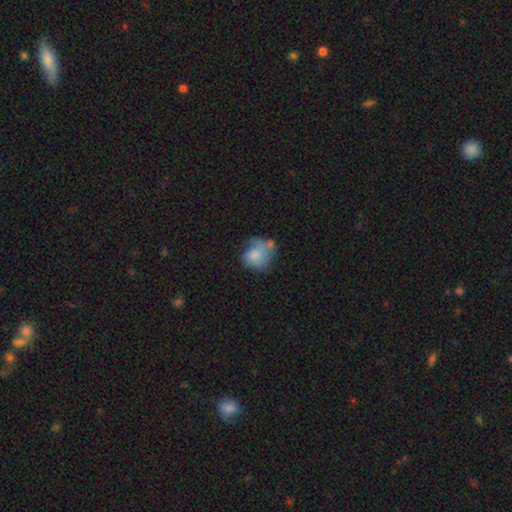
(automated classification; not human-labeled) A smooth galaxy with no disk features (70%) that is round (56%).

Vote fractions:
- Smooth or featured? smooth: 70% / featured or disk: 21% / star or artifact: 9%
- How rounded? round: 56% / in between: 43% / cigar-shaped: 1%
- Merging? none: 32% / minor disturbance: 29% / major disturbance: 21% / merger: 18%